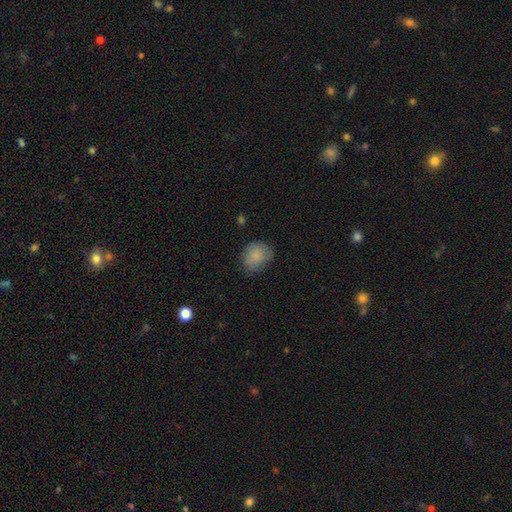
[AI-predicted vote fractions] This is clearly a smooth galaxy (85%). How rounded: possibly round (55%). Merging: likely none (68%).